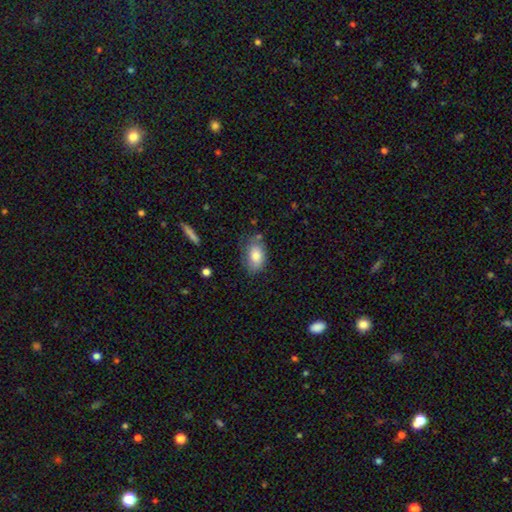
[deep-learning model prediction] Smooth or featured: smooth — 79% (featured or disk — 14%)
How rounded: in between — 87% (round — 11%)
Merging: none — 61% (minor disturbance — 27%)